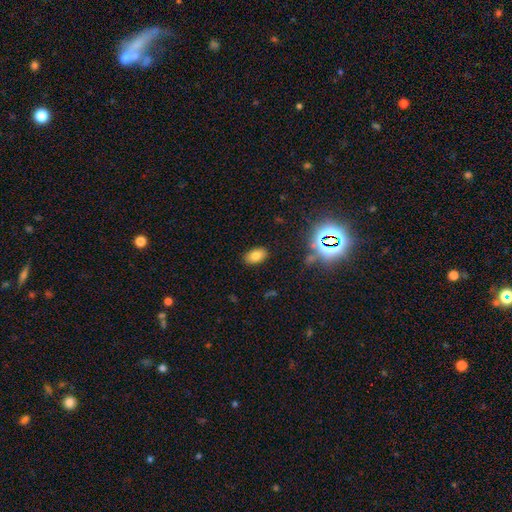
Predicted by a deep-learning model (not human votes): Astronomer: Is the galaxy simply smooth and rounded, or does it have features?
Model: smooth — 74%.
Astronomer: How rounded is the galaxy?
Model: in between — 91%.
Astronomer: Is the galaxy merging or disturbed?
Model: none — 87%.